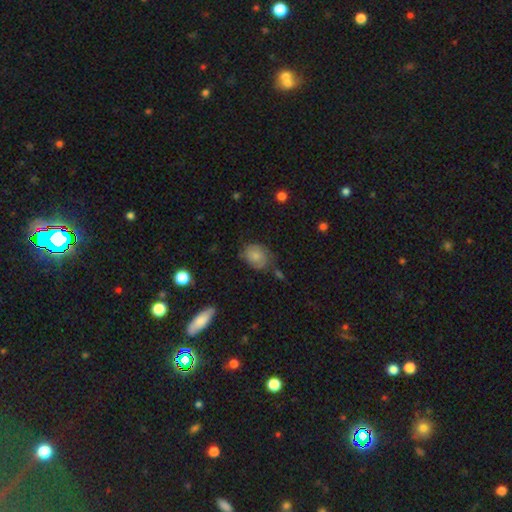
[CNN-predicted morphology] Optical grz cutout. It shows a smooth galaxy with no disk features (68%) that is round (52%). Merging: none (56%).